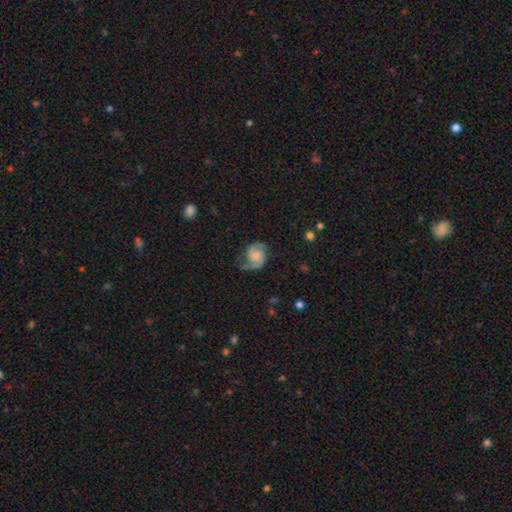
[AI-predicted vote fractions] Smooth or featured? featured or disk (82%)
Edge-on disk? no (98%)
Bar? no (65%)
Spiral arms? yes (97%)
Spiral winding? medium (51%)
Spiral arm count? 2 (90%)
Bulge size? small (44%)
Merging? none (66%)